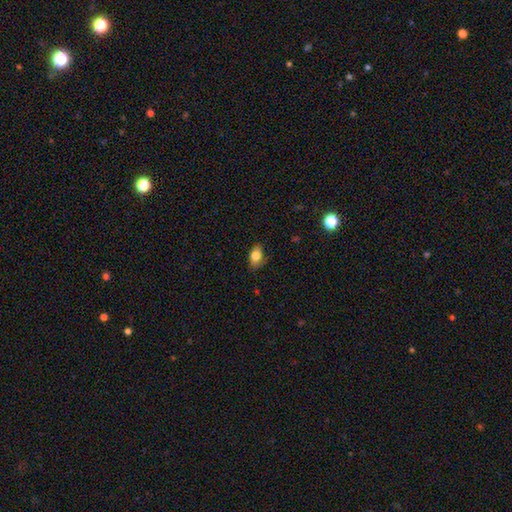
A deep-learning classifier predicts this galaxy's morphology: A smooth galaxy with no disk features (80%) that is in between round and cigar-shaped (85%).

Vote fractions:
- Smooth or featured? smooth: 80% / featured or disk: 11% / star or artifact: 9%
- How rounded? in between: 85% / round: 12% / cigar-shaped: 3%
- Merging? none: 74% / minor disturbance: 21% / major disturbance: 4% / merger: 1%